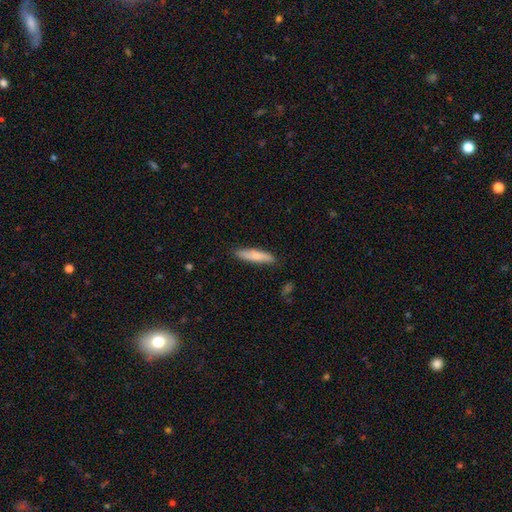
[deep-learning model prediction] This is likely a smooth galaxy (73%). How rounded: clearly cigar-shaped (80%). Merging: clearly none (85%).